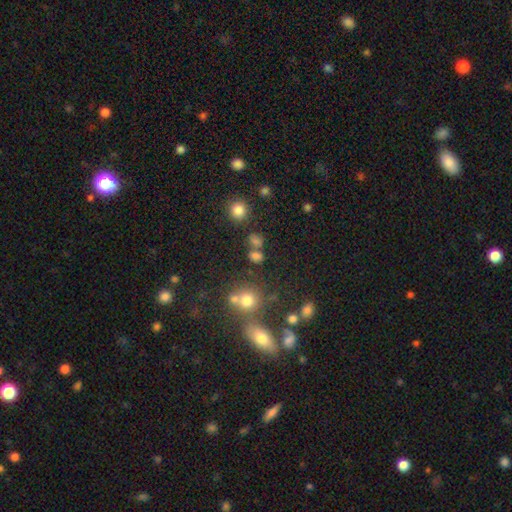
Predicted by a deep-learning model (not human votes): A smooth galaxy with no disk features (68%) that is in between round and cigar-shaped (58%).

Vote fractions:
- Smooth or featured? smooth: 68% / star or artifact: 22% / featured or disk: 10%
- How rounded? in between: 58% / round: 40% / cigar-shaped: 2%
- Merging? none: 54% / merger: 26% / minor disturbance: 13% / major disturbance: 7%